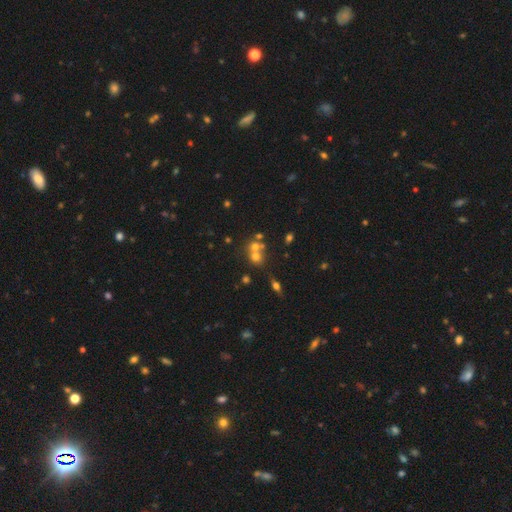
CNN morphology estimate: A smooth galaxy with no disk features (56%) that is round (79%).

Vote fractions:
- Smooth or featured? smooth: 56% / featured or disk: 22% / star or artifact: 22%
- How rounded? round: 79% / in between: 20% / cigar-shaped: 1%
- Merging? merger: 50% / none: 39% / minor disturbance: 7% / major disturbance: 4%